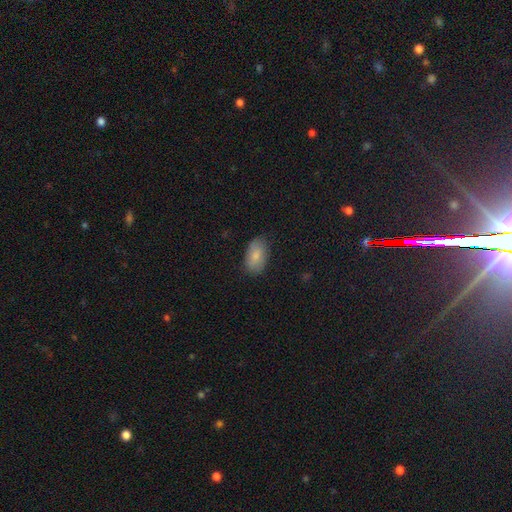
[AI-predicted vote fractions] Smooth or featured? Predicted: smooth (p=0.82). How rounded? Predicted: in between (p=0.93). Merging? Predicted: none (p=0.82).